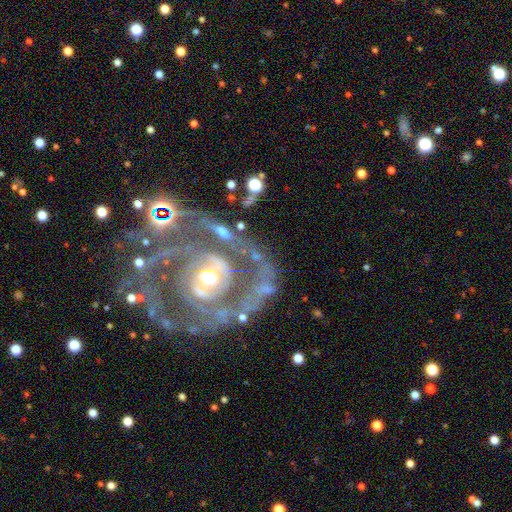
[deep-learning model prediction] smooth-or-featured: featured or disk: 86% | smooth: 7% | star or artifact: 7%
  disk-edge-on: no: 97% | yes: 3%
    bar: no: 69% | weak: 19% | strong: 12%
    has-spiral-arms: yes: 80% | no: 20%
      spiral-winding: tight: 62% | medium: 28% | loose: 10%
      spiral-arm-count: 2: 36% | can't tell: 26% | 3: 14% | 1: 10% | 4: 7% | more than 4: 7%
    bulge-size: moderate: 60% | small: 23% | large: 13% | dominant: 2% | none: 2%
  merging: none: 60% | minor disturbance: 18% | major disturbance: 18% | merger: 4%